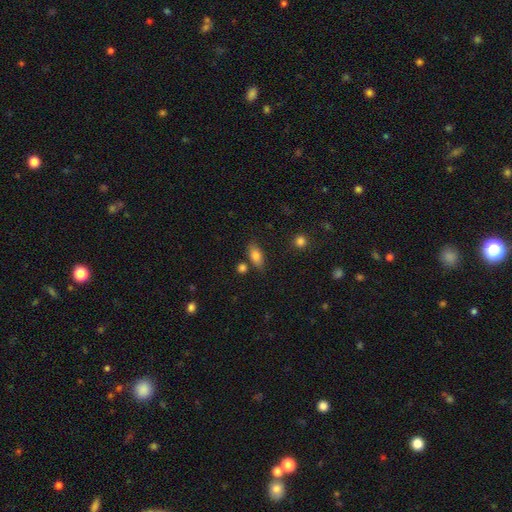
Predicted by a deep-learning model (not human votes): This appears to be a smooth galaxy with no disk features (80%) that is in between round and cigar-shaped (85%). Merging: none (74%).